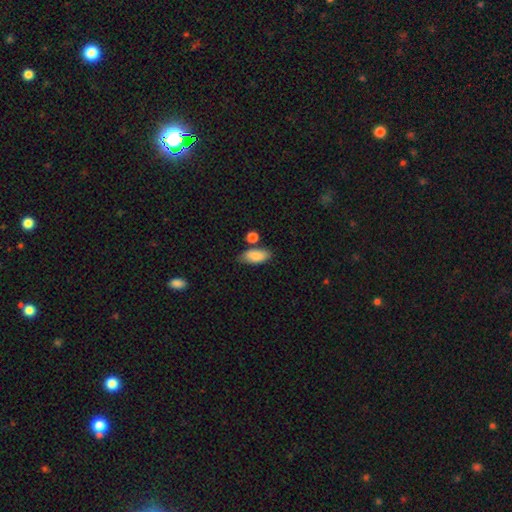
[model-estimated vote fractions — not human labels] The model was most divided on "merging": none: 68%, minor disturbance: 16%, merger: 11%, major disturbance: 4%. More confident: how rounded — in between (89%); smooth or featured — smooth (86%).